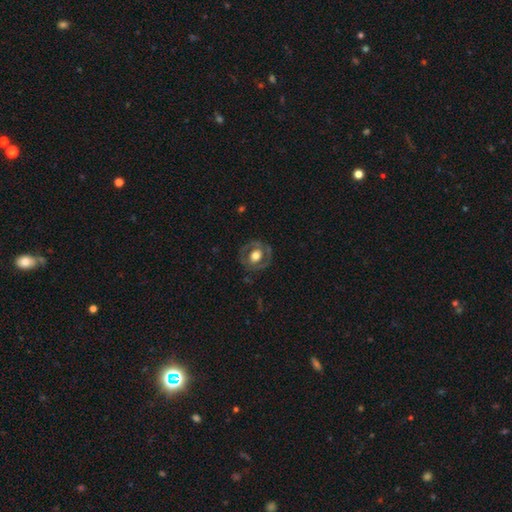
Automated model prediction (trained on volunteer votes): Smooth or featured? Predicted: featured or disk (p=0.58). Edge-on disk? Predicted: no (p=0.96). Bar? Predicted: no (p=0.72). Spiral arms? Predicted: no (p=0.66). Bulge size? Predicted: moderate (p=0.47). Merging? Predicted: none (p=0.76).